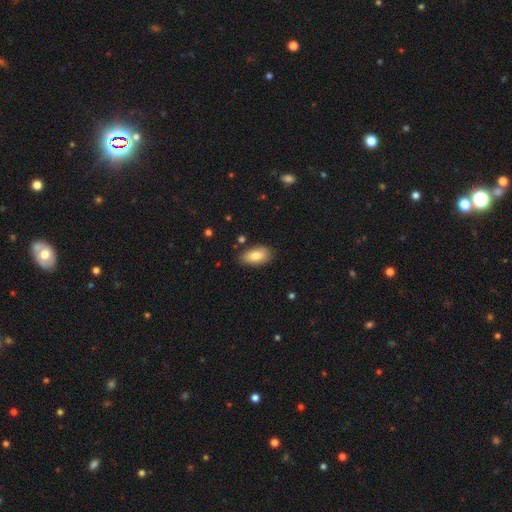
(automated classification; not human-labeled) Smooth or featured: smooth — 82% (featured or disk — 12%)
How rounded: in between — 91% (cigar-shaped — 5%)
Merging: none — 82% (minor disturbance — 14%)